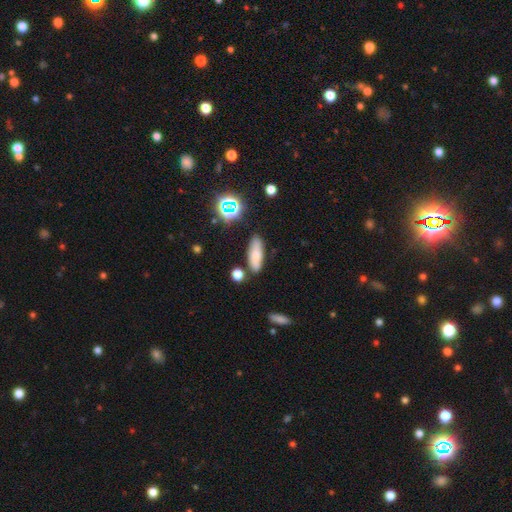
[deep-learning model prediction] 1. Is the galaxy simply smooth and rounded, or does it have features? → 73% smooth, 16% featured or disk, 11% star or artifact.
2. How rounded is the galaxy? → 61% in between, 36% cigar-shaped, 3% round.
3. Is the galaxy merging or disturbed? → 78% none, 13% minor disturbance, 6% merger, 3% major disturbance.